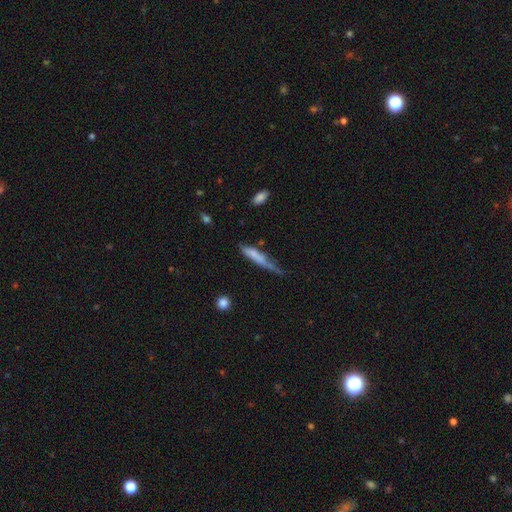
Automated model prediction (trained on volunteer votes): Morphology: type=smooth (65%); roundness=cigar-shaped (86%); merging=none (36%).